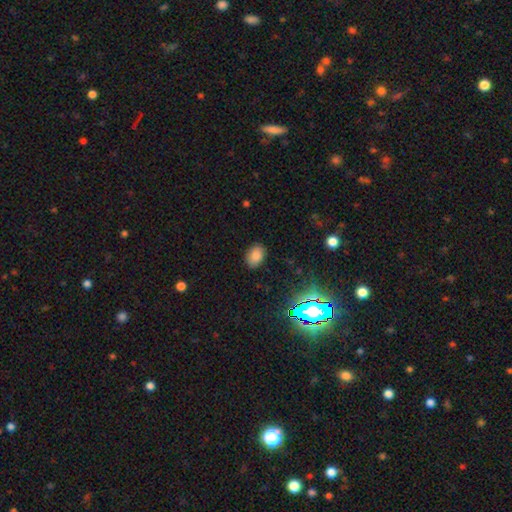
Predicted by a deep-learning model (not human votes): Overall: smooth (80%). How rounded: in between (84%). Merging: none (87%).